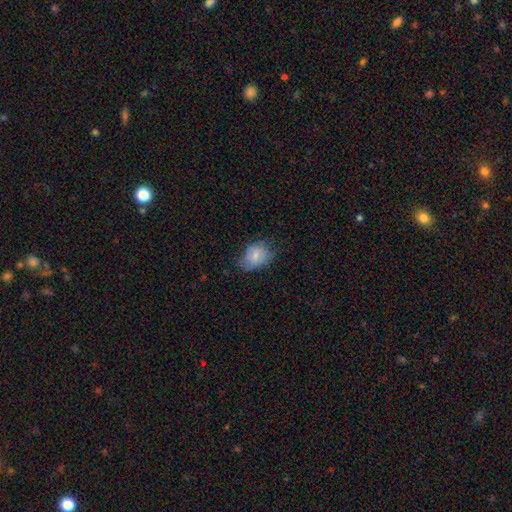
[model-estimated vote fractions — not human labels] Smooth or featured? Predicted: smooth (p=0.72). How rounded? Predicted: in between (p=0.72). Merging? Predicted: none (p=0.57).